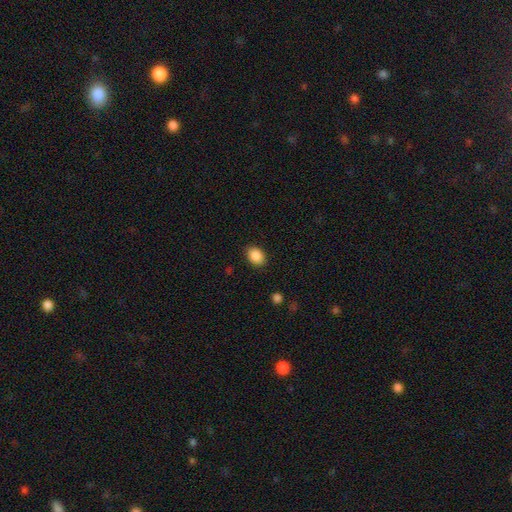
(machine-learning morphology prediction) Q: Smooth or featured?
A: smooth (88%); runner-up: star or artifact (8%)
Q: How rounded?
A: in between (70%); runner-up: round (29%)
Q: Merging?
A: none (87%); runner-up: minor disturbance (9%)